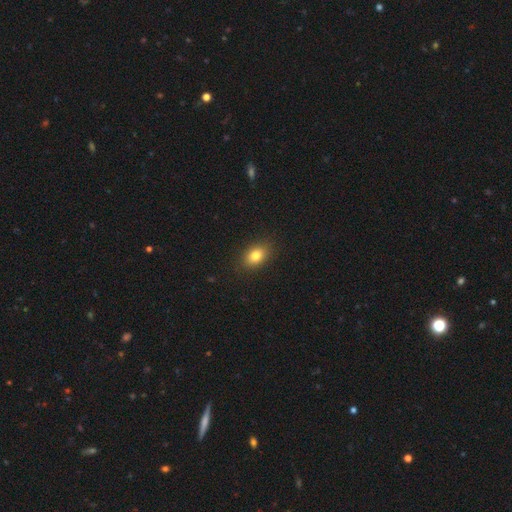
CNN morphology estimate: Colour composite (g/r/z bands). It shows a smooth galaxy with no disk features (81%) that is in between round and cigar-shaped (76%). Merging: none (88%).